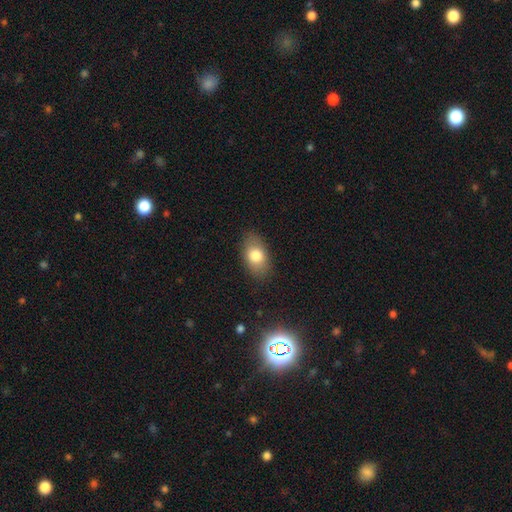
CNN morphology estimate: Smooth or featured? Predicted: smooth (p=0.78). How rounded? Predicted: in between (p=0.88). Merging? Predicted: none (p=0.84).